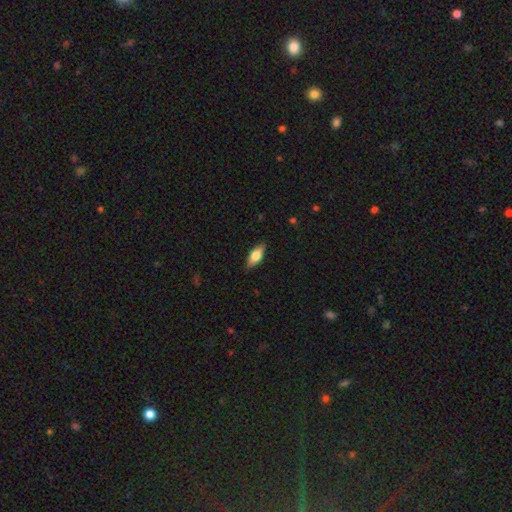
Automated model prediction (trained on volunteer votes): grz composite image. It shows a smooth galaxy with no disk features (63%) that is in between round and cigar-shaped (76%). Merging: none (87%).